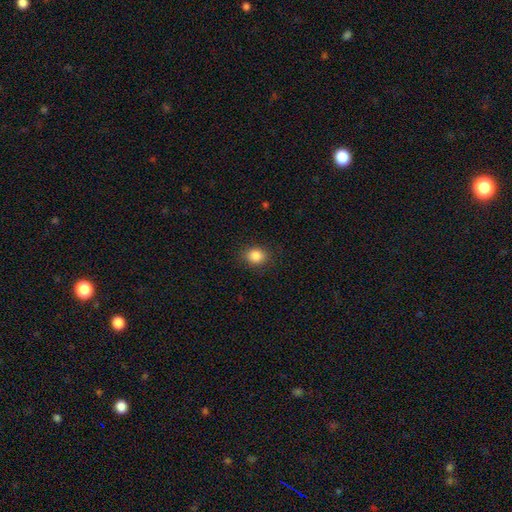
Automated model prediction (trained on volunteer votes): Smooth or featured? Predicted: smooth (p=0.87). How rounded? Predicted: round (p=0.61). Merging? Predicted: none (p=0.87).